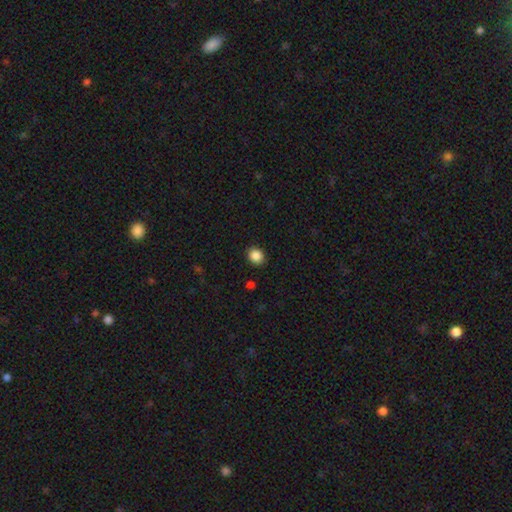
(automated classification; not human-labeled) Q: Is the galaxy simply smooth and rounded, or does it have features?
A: smooth — 87%.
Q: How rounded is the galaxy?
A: round — 73%.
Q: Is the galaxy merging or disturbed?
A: none — 91%.